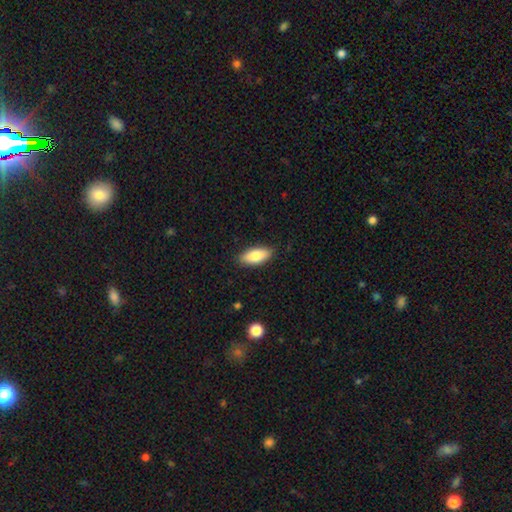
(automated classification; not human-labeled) This appears to be a smooth galaxy with no disk features (79%) that is in between round and cigar-shaped (82%). Merging: none (87%).